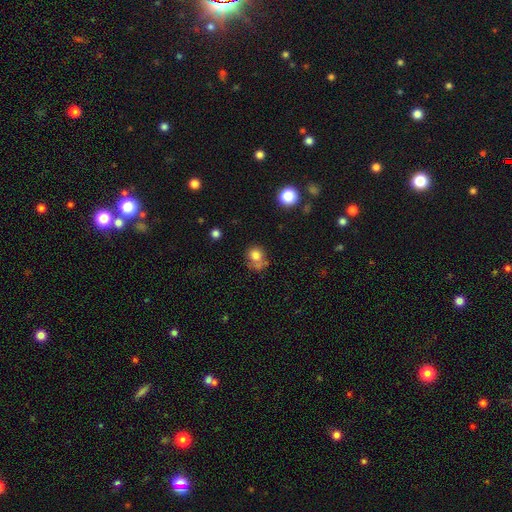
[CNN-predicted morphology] Smooth or featured? smooth (77%)
How rounded? round (75%)
Merging? none (48%)